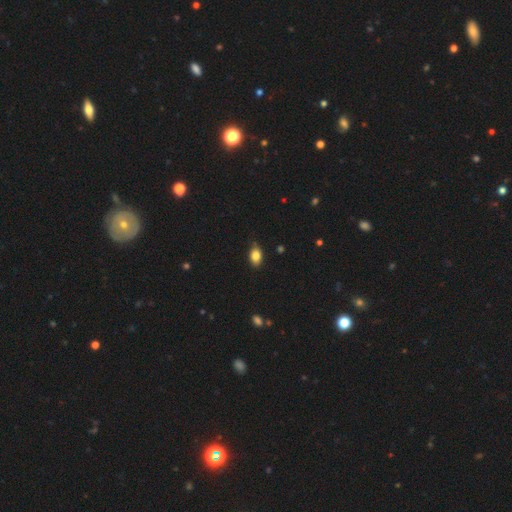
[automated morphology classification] Q: Smooth or featured?
A: smooth (84%); runner-up: star or artifact (9%)
Q: How rounded?
A: in between (82%); runner-up: round (17%)
Q: Merging?
A: none (76%); runner-up: minor disturbance (20%)